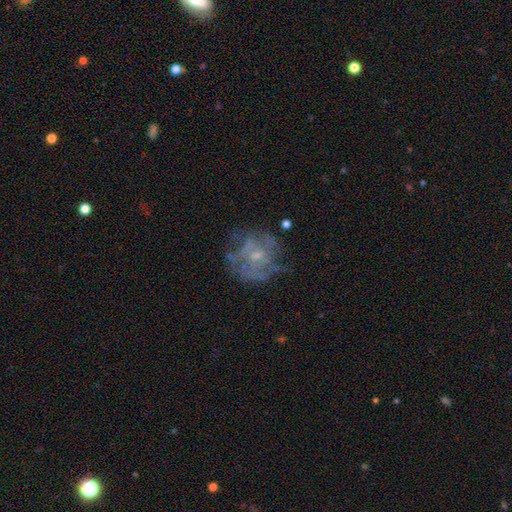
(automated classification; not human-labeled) This is likely a featured or disk galaxy (63%). It is clearly not viewed edge-on (98%). Bar: likely no (78%). Spiral arm pattern: likely no (61%). Central bulge: possibly small (56%). Merging: possibly none (54%).